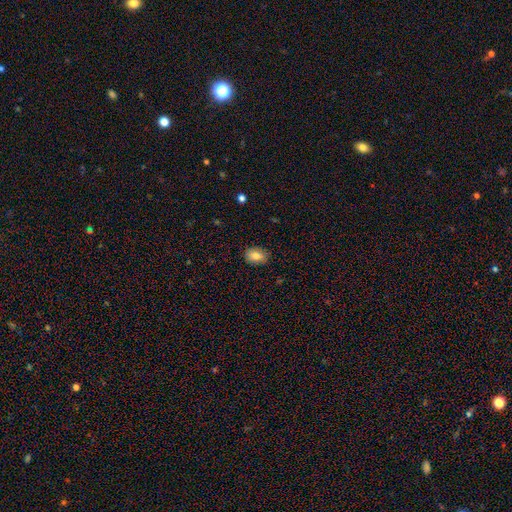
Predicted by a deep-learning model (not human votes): Smooth or featured? smooth (83%)
How rounded? in between (79%)
Merging? none (85%)